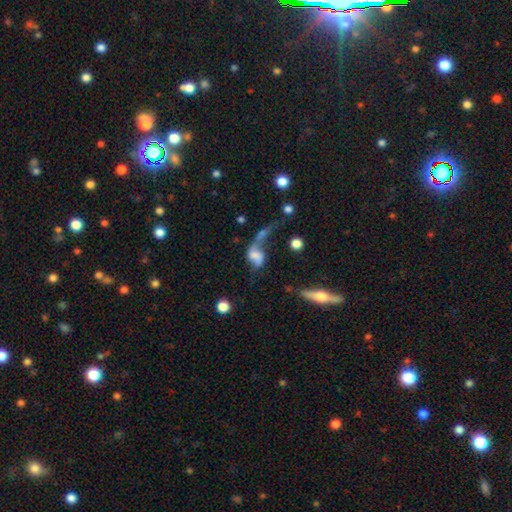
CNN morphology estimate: smooth_or_featured: featured or disk (p=0.57) [alt: smooth p=0.32]
disk_edge_on: no (p=0.95) [alt: yes p=0.05]
bar: no (p=0.58) [alt: weak p=0.31]
has_spiral_arms: yes (p=0.73) [alt: no p=0.27]
bulge_size: none (p=0.44) [alt: small p=0.21]
merging: merger (p=0.34) [alt: major disturbance p=0.31]